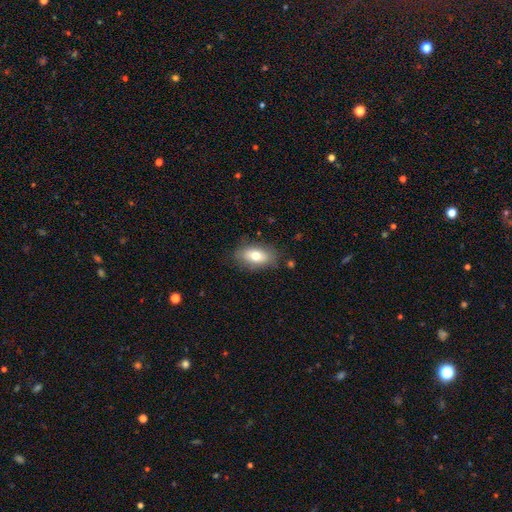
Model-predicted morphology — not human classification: A smooth galaxy with no disk features (73%) that is in between round and cigar-shaped (88%). Merging: none (81%).